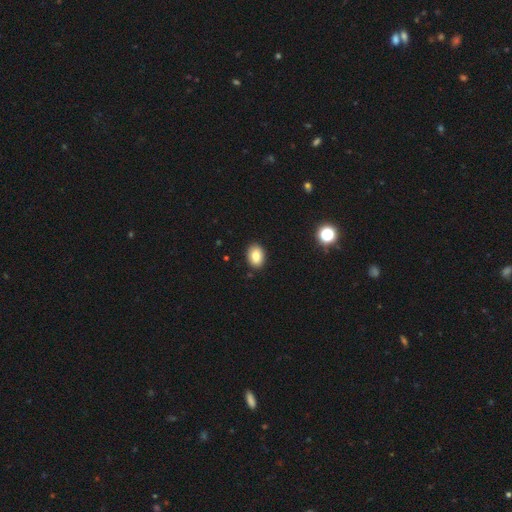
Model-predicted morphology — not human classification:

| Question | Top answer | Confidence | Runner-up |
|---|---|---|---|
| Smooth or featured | smooth | 81% | star or artifact (10%) |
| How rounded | in between | 74% | round (25%) |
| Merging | none | 89% | minor disturbance (8%) |